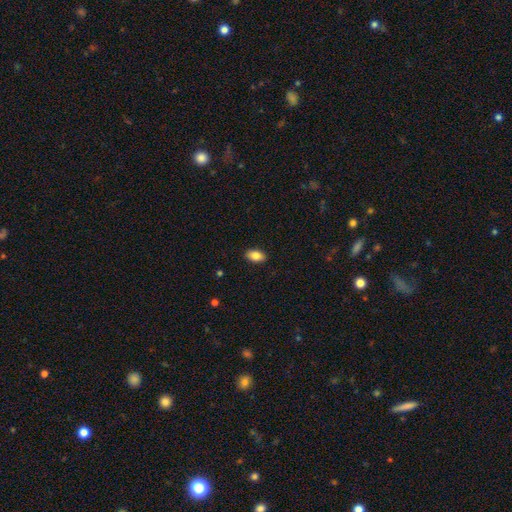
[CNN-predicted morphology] The model was most divided on "smooth or featured": smooth: 85%, featured or disk: 8%, star or artifact: 8%. More confident: how rounded — in between (91%); merging — none (90%).